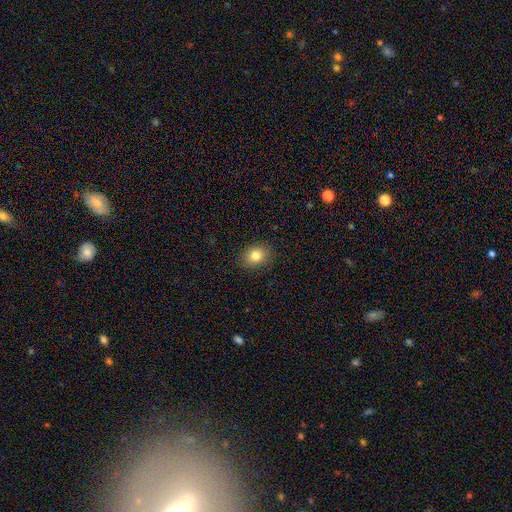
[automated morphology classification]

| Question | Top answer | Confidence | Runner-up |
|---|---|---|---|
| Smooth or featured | smooth | 81% | star or artifact (10%) |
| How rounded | round | 52% | in between (47%) |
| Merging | none | 88% | minor disturbance (8%) |